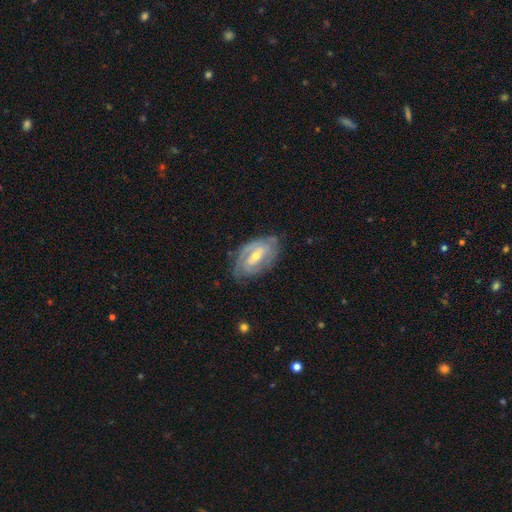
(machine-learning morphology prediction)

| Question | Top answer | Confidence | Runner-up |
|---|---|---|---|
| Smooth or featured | featured or disk | 82% | smooth (13%) |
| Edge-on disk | no | 94% | yes (6%) |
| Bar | weak | 44% | strong (29%) |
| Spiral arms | yes | 88% | no (12%) |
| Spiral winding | tight | 66% | medium (27%) |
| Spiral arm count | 2 | 52% | can't tell (28%) |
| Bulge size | moderate | 49% | small (48%) |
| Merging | none | 73% | minor disturbance (20%) |